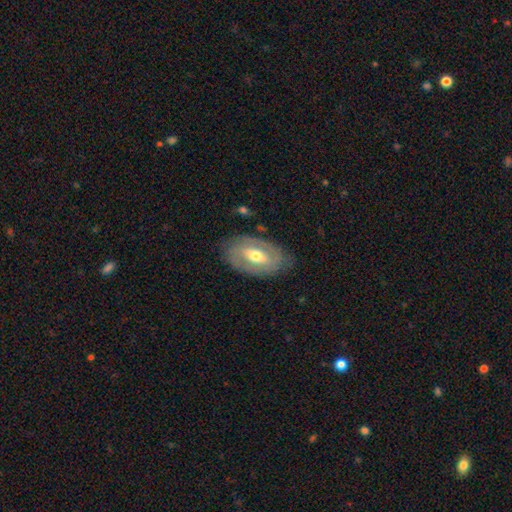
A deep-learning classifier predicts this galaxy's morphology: Overall: featured or disk (65%; smooth 30%). Edge-on disk: no (91%). Bar: weak (37%; no 35%). Spiral arms: yes (54%; no 46%). Bulge size: moderate (68%). Merging: none (79%).